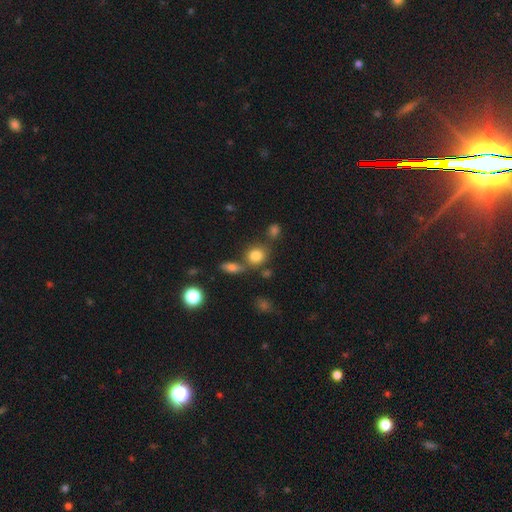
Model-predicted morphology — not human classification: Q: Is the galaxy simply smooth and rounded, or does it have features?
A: smooth — 81%.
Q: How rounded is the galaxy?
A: round — 73%.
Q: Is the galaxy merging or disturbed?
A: none — 66%.